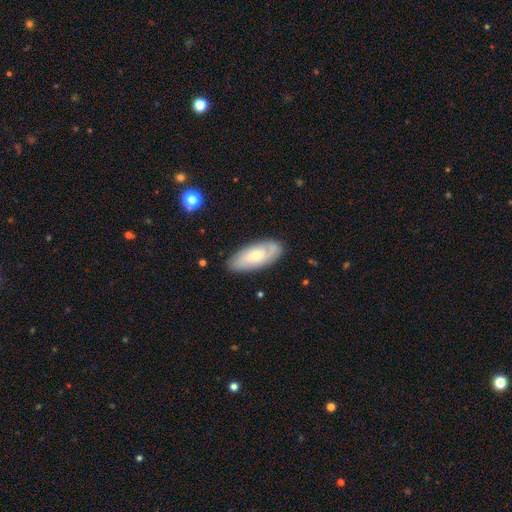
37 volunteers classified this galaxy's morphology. Smooth or featured? featured or disk (59%)
Edge-on disk? no (91%)
Bar? no (95%)
Spiral arms? yes (85%)
Spiral winding? tight (82%)
Spiral arm count? can't tell (53%)
Bulge size? small (70%)
Merging? none (89%)